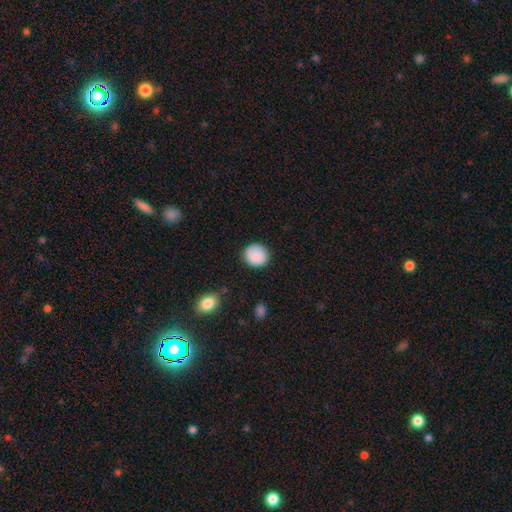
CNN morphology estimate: type=smooth (87%); roundness=round (88%); merging=none (86%).